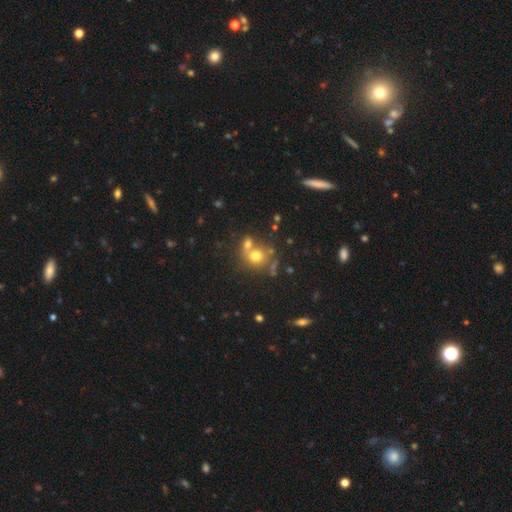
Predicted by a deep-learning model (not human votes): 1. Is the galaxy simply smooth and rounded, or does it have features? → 69% smooth, 16% featured or disk, 15% star or artifact.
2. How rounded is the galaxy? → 80% round, 19% in between, 1% cigar-shaped.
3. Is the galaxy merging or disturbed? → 46% none, 40% merger, 9% minor disturbance, 5% major disturbance.